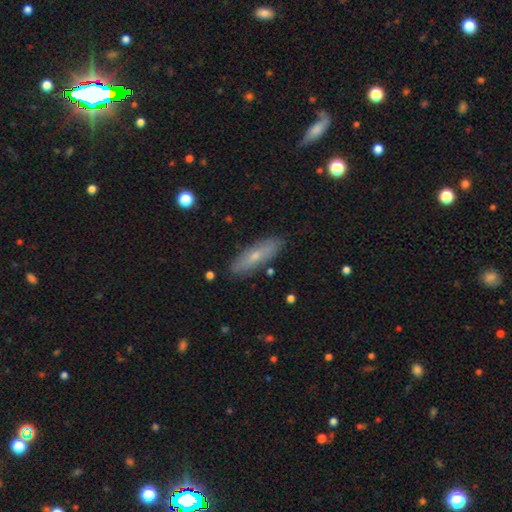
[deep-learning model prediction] smooth_or_featured: smooth (p=0.57) [alt: featured or disk p=0.35]
how_rounded: cigar-shaped (p=0.63) [alt: in between p=0.34]
merging: none (p=0.87) [alt: minor disturbance p=0.10]